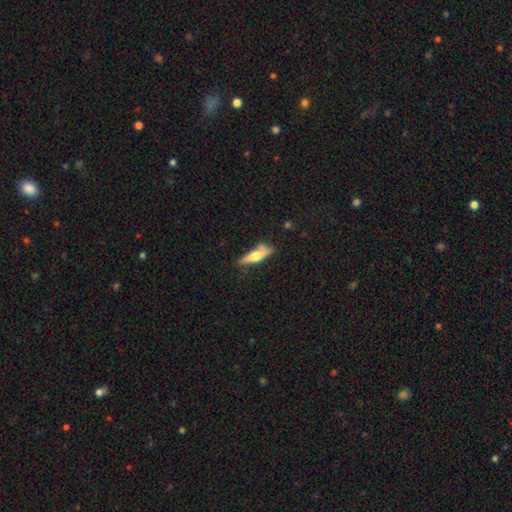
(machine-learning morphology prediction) The model was most divided on "smooth or featured": smooth: 49%, featured or disk: 45%, star or artifact: 6%. More confident: merging — none (59%).